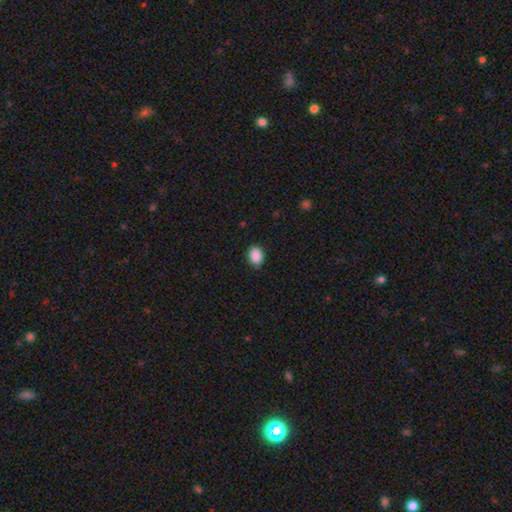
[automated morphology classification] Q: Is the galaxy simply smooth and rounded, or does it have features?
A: smooth — 89%.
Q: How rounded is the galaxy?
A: in between — 72%.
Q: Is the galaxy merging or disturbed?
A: none — 85%.